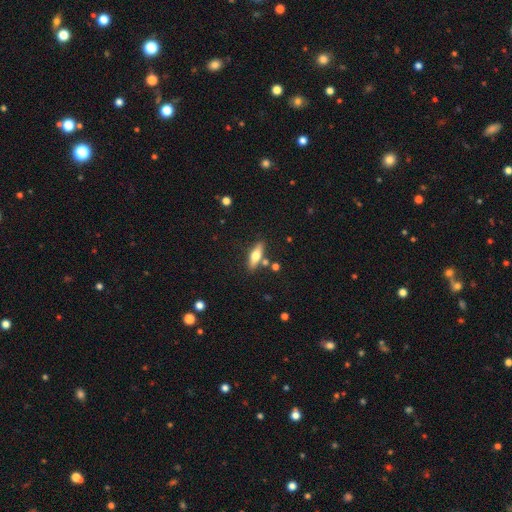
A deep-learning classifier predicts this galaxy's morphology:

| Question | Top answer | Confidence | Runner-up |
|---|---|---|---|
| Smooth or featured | smooth | 55% | featured or disk (39%) |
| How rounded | cigar-shaped | 49% | in between (48%) |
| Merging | none | 78% | minor disturbance (11%) |